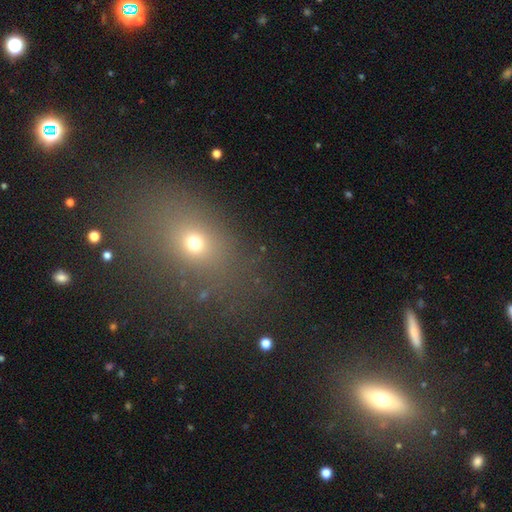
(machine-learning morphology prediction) smooth 55%, star or artifact 30%, featured or disk 15%. Down the decision tree: how rounded — in between (57%); merging — none (75%).